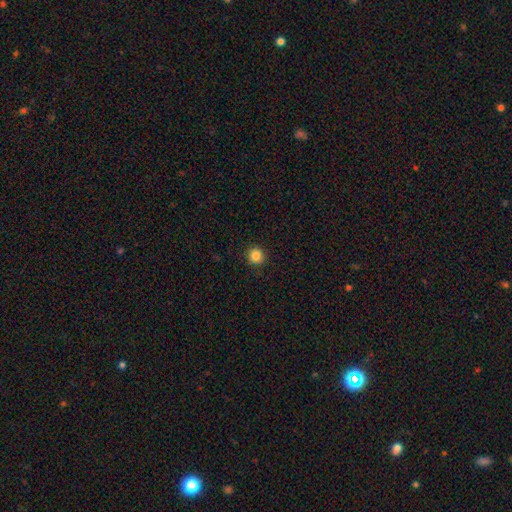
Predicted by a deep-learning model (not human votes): smooth_or_featured: smooth (p=0.85) [alt: star or artifact p=0.11]
how_rounded: round (p=0.93) [alt: in between p=0.06]
merging: none (p=0.91) [alt: minor disturbance p=0.06]